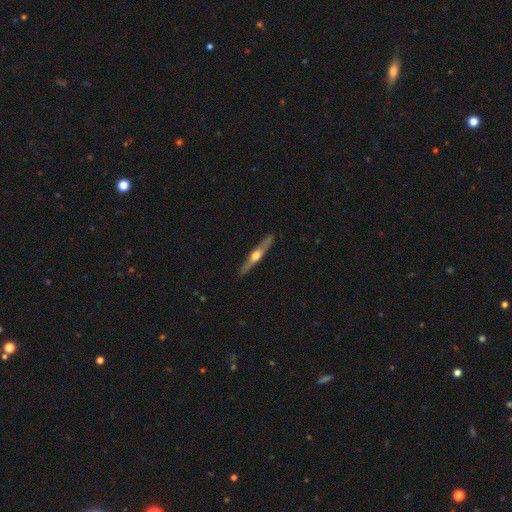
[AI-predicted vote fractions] A featured or disk galaxy (69%) viewed edge-on (97%) with a rounded central bulge (93%). Merging: none (90%).